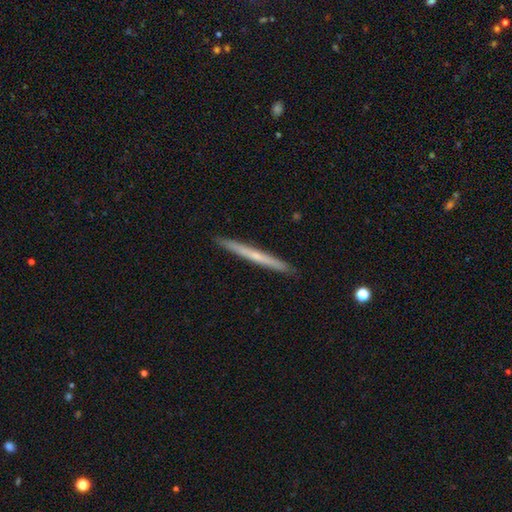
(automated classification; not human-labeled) Morphology: type=featured or disk (54%); edge-on=yes (97%); edge-on bulge=none (67%); merging=none (93%).